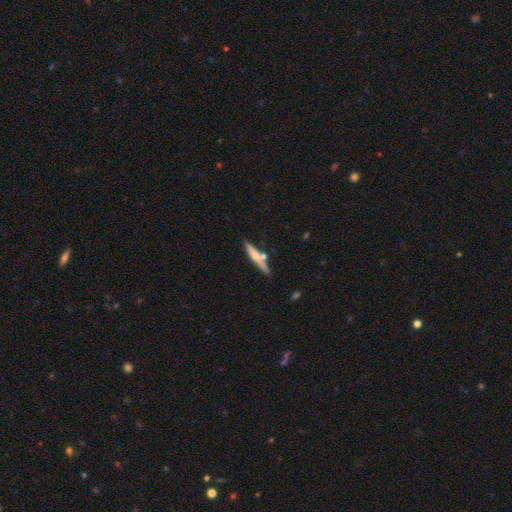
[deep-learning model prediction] Smooth or featured: smooth — 49% (featured or disk — 45%)
Merging: none — 72% (minor disturbance — 13%)